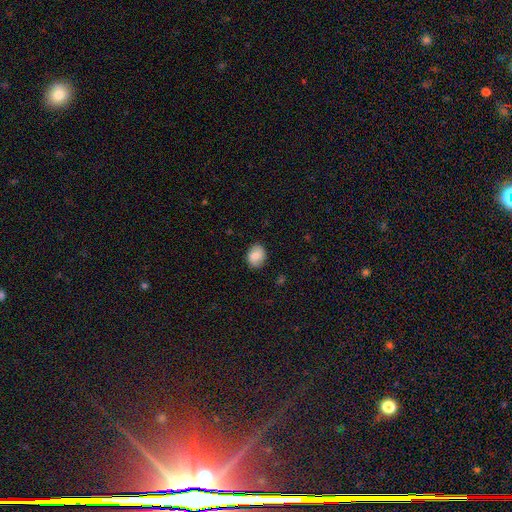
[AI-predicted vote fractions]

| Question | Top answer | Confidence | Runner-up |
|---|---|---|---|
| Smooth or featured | smooth | 80% | featured or disk (12%) |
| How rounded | in between | 50% | round (49%) |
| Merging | none | 83% | minor disturbance (13%) |